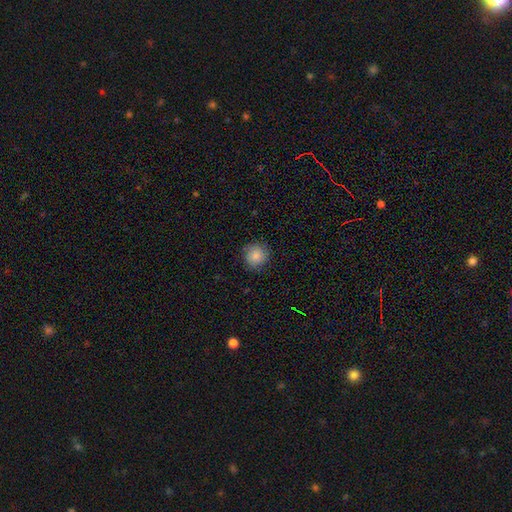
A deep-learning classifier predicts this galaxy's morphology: This appears to be a smooth galaxy with no disk features (82%) that is round (92%). Merging: none (84%).